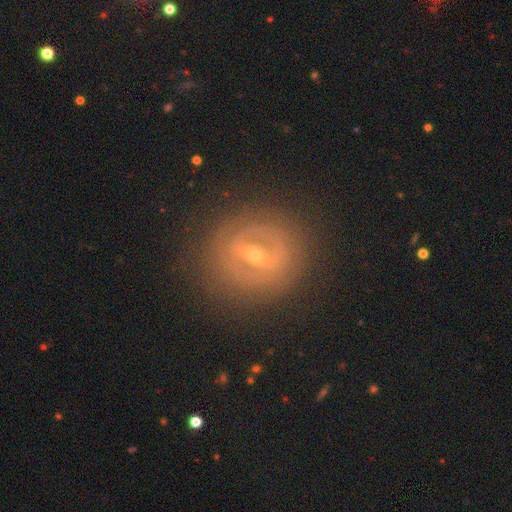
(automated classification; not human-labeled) A featured or disk galaxy (76%) with a strong bar (51%), no spiral arms (60%) and a small central bulge (62%).

Vote fractions:
- Smooth or featured? featured or disk: 76% / smooth: 16% / star or artifact: 8%
- Edge-on disk? no: 93% / yes: 7%
- Bar? strong: 51% / weak: 34% / no: 15%
- Spiral arms? no: 60% / yes: 40%
- Bulge size? small: 62% / moderate: 34% / large: 2% / none: 1% / dominant: 1%
- Merging? none: 80% / minor disturbance: 12% / major disturbance: 7% / merger: 1%